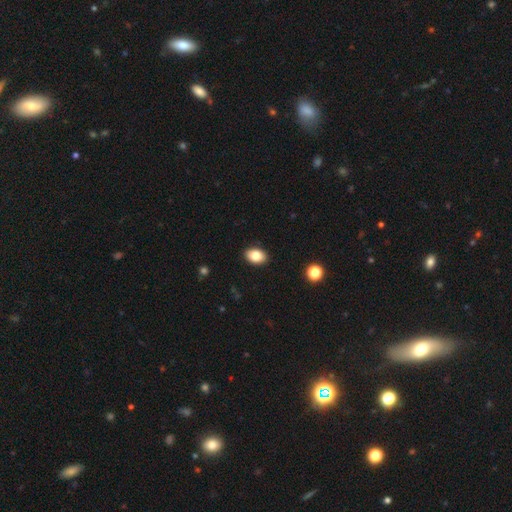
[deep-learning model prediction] Overall: smooth (84%). How rounded: in between (84%). Merging: none (90%).